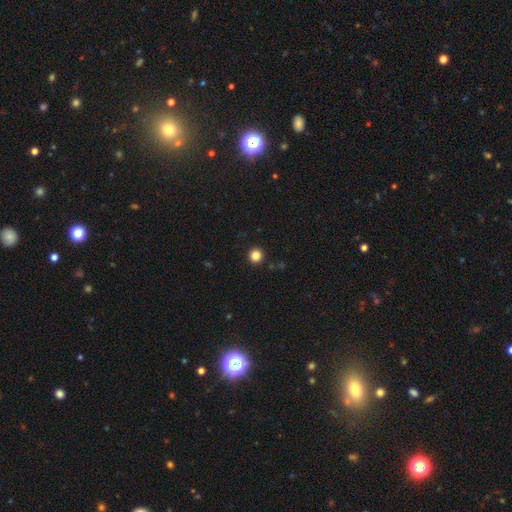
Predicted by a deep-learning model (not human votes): This is clearly a smooth galaxy (84%). How rounded: clearly round (95%). Merging: clearly none (93%).